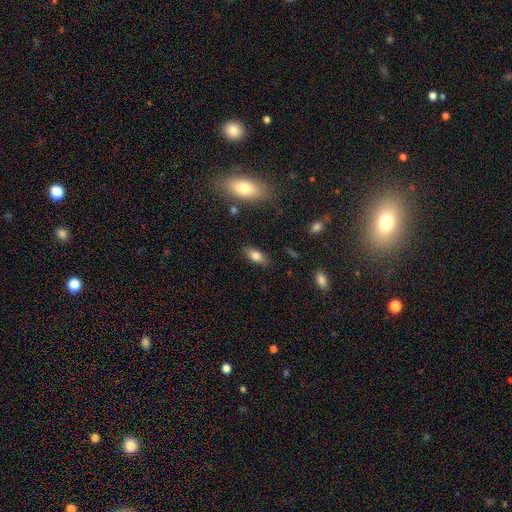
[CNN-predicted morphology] Smooth or featured? Predicted: smooth (p=0.77). How rounded? Predicted: in between (p=0.83). Merging? Predicted: none (p=0.84).